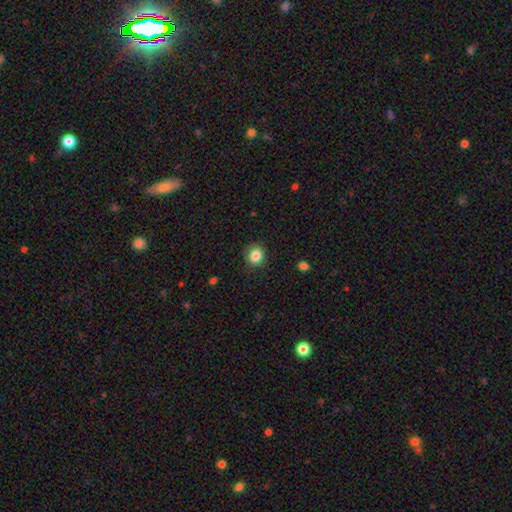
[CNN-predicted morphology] A smooth galaxy with no disk features (86%) that is round (85%).

Vote fractions:
- Smooth or featured? smooth: 86% / star or artifact: 10% / featured or disk: 5%
- How rounded? round: 85% / in between: 14% / cigar-shaped: 1%
- Merging? none: 87% / minor disturbance: 9% / major disturbance: 2% / merger: 1%